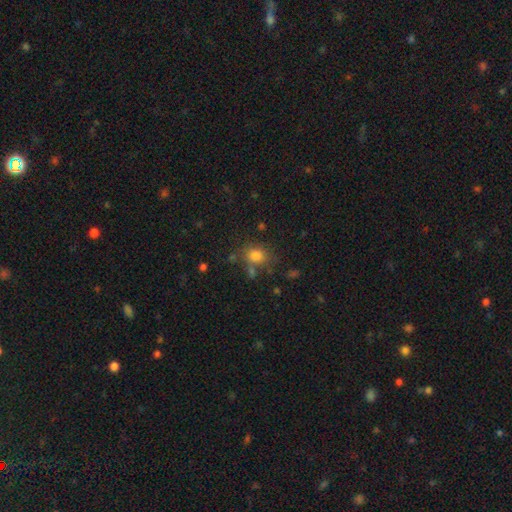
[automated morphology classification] Smooth or featured? Predicted: smooth (p=0.80). How rounded? Predicted: round (p=0.61). Merging? Predicted: none (p=0.65).